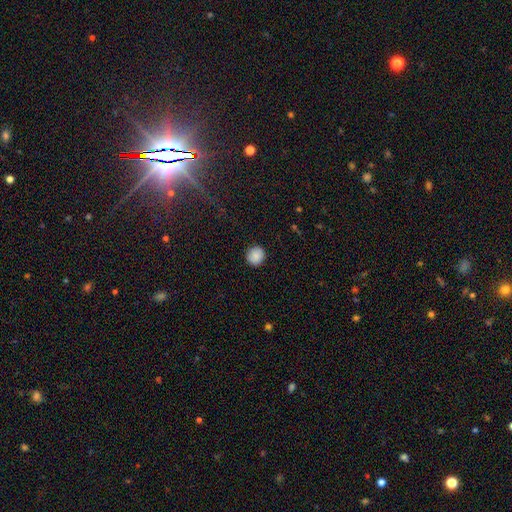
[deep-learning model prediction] Smooth or featured? smooth (88%)
How rounded? round (91%)
Merging? none (90%)